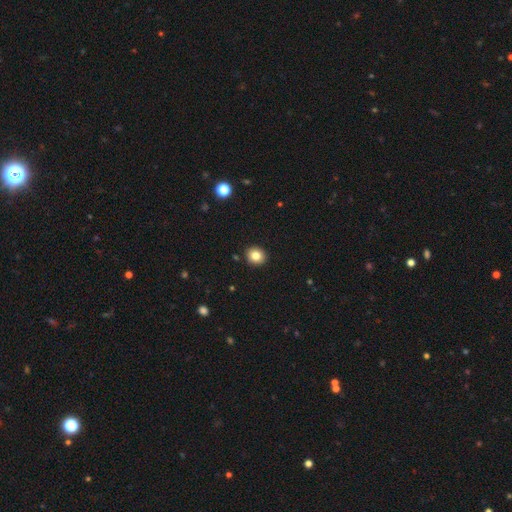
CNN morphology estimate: smooth_or_featured: smooth (p=0.82) [alt: star or artifact p=0.11]
how_rounded: round (p=0.84) [alt: in between p=0.15]
merging: none (p=0.92) [alt: minor disturbance p=0.05]